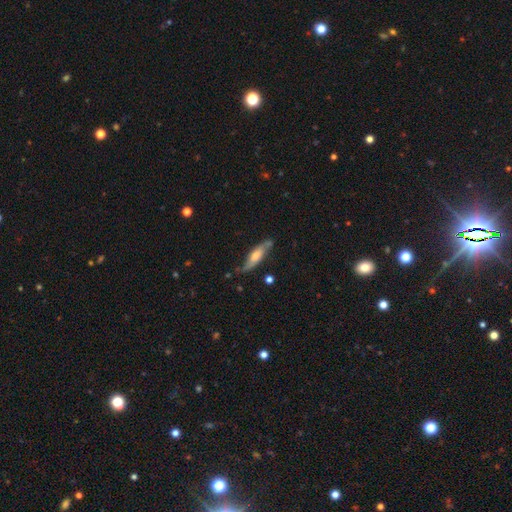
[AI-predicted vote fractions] This is possibly a featured or disk galaxy (58%). It is possibly viewed edge-on (57%). Merging: likely none (70%).